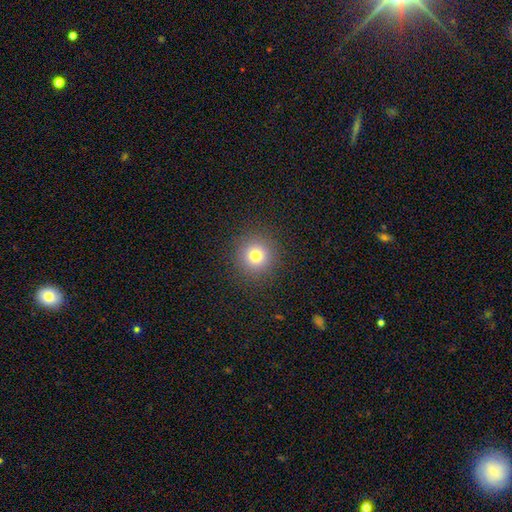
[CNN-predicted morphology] A smooth galaxy with no disk features (78%) that is round (95%).

Vote fractions:
- Smooth or featured? smooth: 78% / star or artifact: 15% / featured or disk: 8%
- How rounded? round: 95% / in between: 4% / cigar-shaped: 1%
- Merging? none: 91% / minor disturbance: 5% / major disturbance: 3% / merger: 1%